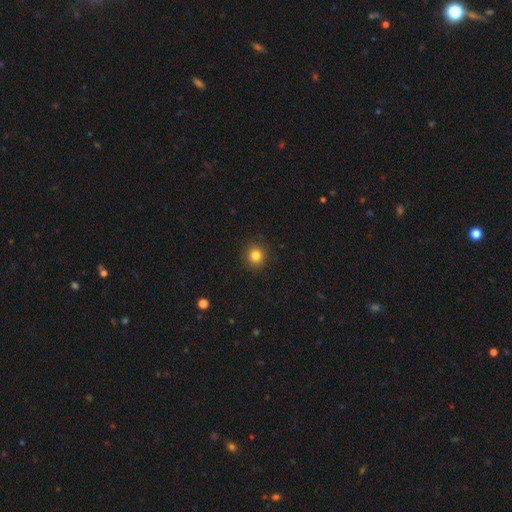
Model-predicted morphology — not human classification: type=smooth (82%); roundness=round (91%); merging=none (91%).